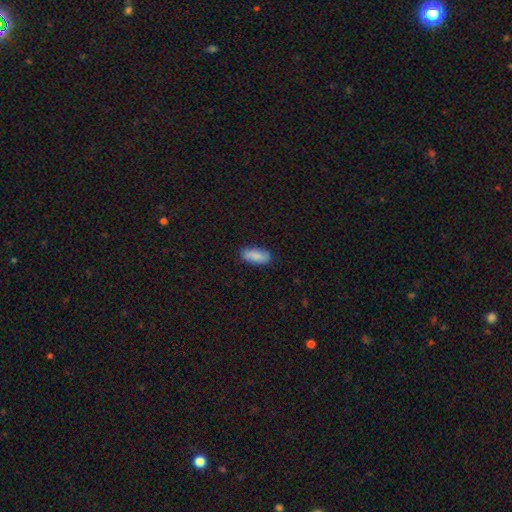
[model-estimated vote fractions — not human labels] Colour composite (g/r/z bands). It shows a smooth galaxy with no disk features (82%) that is in between round and cigar-shaped (86%). Merging: none (79%).